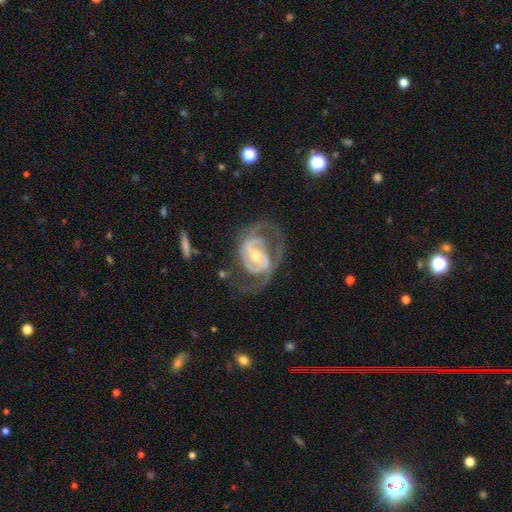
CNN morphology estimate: smooth-or-featured: featured or disk: 91% | smooth: 5% | star or artifact: 4%
  disk-edge-on: no: 97% | yes: 3%
    bar: weak: 41% | no: 34% | strong: 25%
    has-spiral-arms: yes: 95% | no: 5%
      spiral-winding: medium: 48% | tight: 38% | loose: 14%
      spiral-arm-count: 2: 77% | 3: 8% | can't tell: 8% | 1: 4% | 4: 2% | more than 4: 2%
    bulge-size: moderate: 54% | small: 41% | large: 3% | none: 1% | dominant: 1%
  merging: none: 59% | major disturbance: 21% | minor disturbance: 18% | merger: 2%